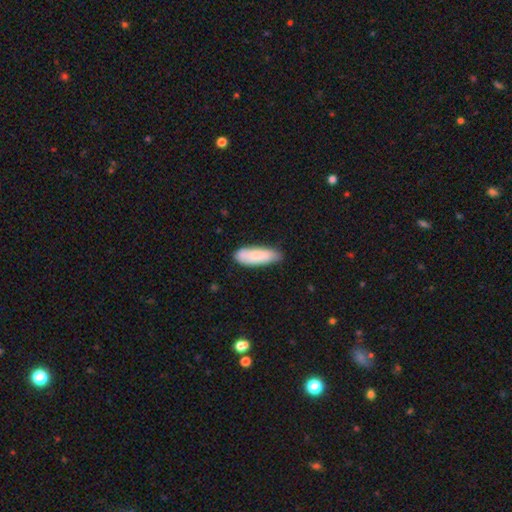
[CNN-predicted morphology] Smooth or featured? smooth (81%)
How rounded? in between (60%)
Merging? none (74%)